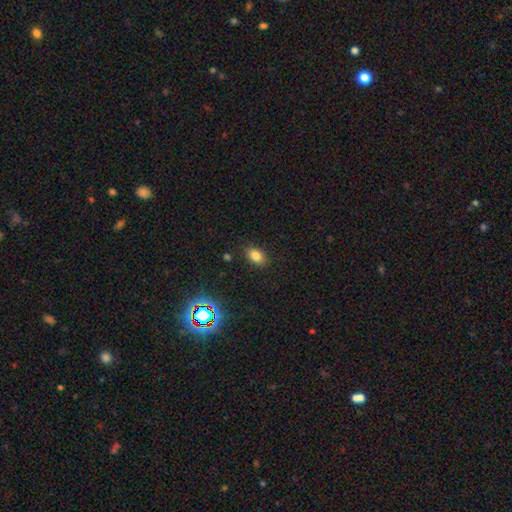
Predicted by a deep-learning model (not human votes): Smooth or featured?
  - smooth: 80% *
  - star or artifact: 13%
  - featured or disk: 7%
How rounded?
  - in between: 84% *
  - round: 14%
  - cigar-shaped: 2%
Merging?
  - none: 86% *
  - minor disturbance: 10%
  - major disturbance: 3%
  - merger: 1%